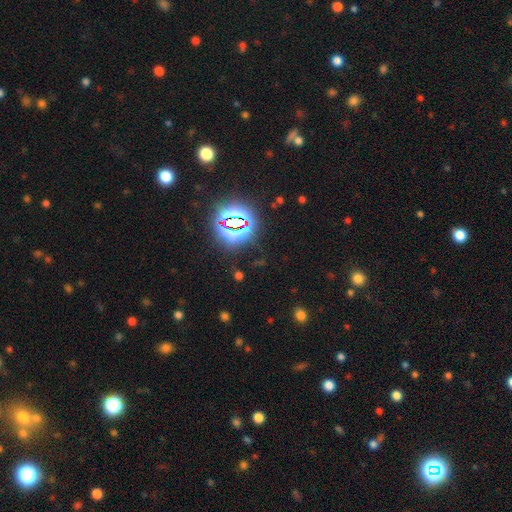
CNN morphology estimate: Smooth or featured? Predicted: star or artifact (p=0.79).